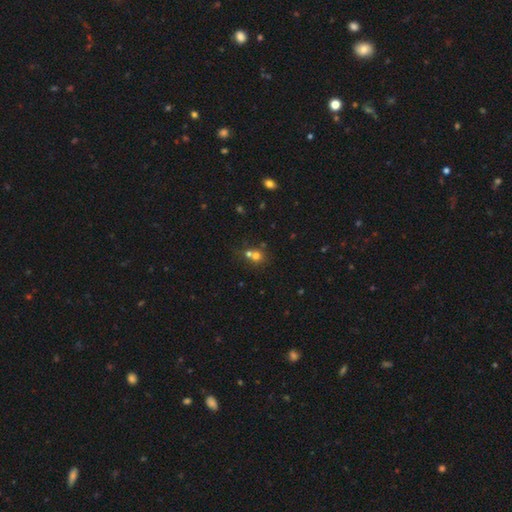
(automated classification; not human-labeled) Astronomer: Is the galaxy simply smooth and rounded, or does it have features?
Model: smooth — 64%.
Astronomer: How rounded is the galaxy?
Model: round — 82%.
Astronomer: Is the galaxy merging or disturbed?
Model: merger — 51% (runner-up: none, 39%).